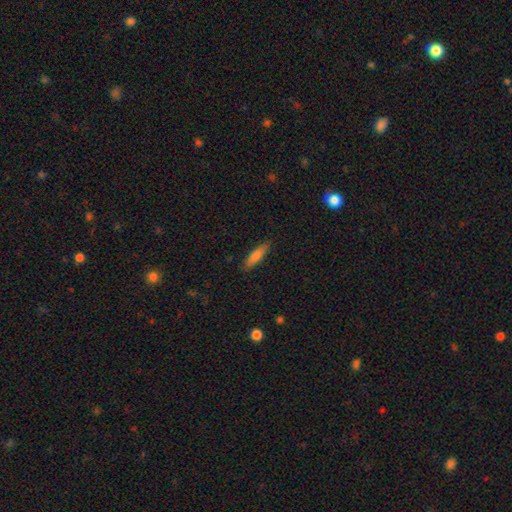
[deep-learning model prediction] Smooth or featured: smooth — 75% (featured or disk — 18%)
How rounded: cigar-shaped — 73% (in between — 25%)
Merging: none — 87% (minor disturbance — 10%)